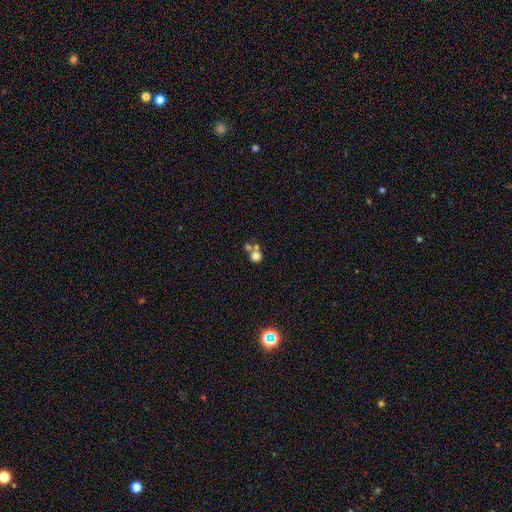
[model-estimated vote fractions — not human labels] Morphology: type=smooth (73%); roundness=round (83%); merging=merger (44%, tied with none).